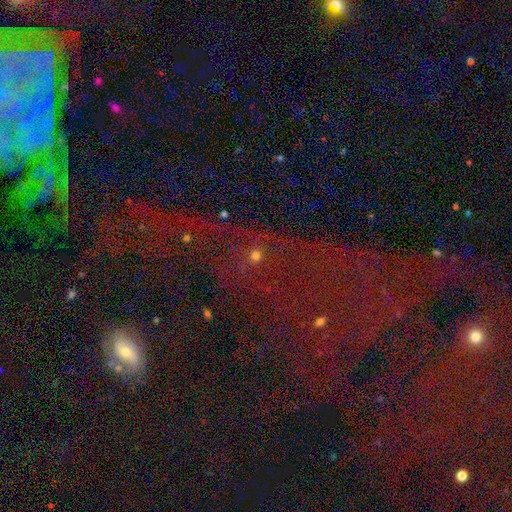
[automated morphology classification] This appears to be a star or artifact, not a galaxy (55%).